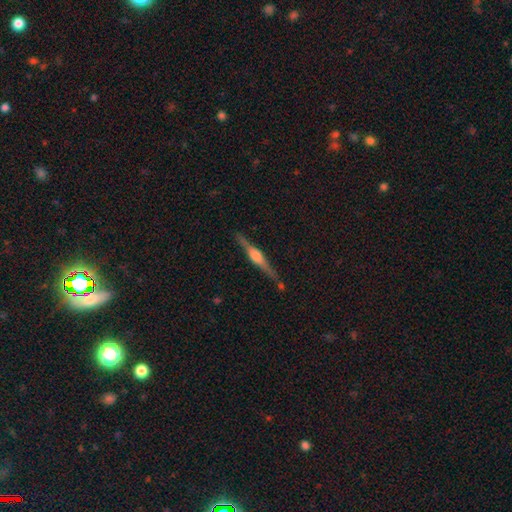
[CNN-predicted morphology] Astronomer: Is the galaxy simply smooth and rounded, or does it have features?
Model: featured or disk — 82%.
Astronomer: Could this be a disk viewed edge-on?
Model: yes — 98%.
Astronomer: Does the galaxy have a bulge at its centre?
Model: rounded — 81%.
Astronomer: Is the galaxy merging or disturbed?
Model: none — 88%.